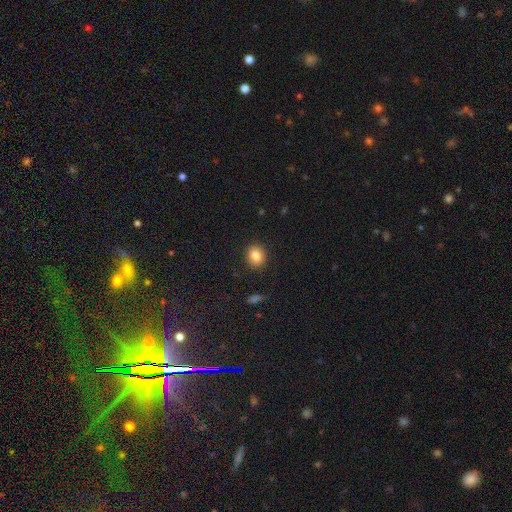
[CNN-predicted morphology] Overall: smooth (85%). How rounded: round (62%; in between 37%). Merging: none (89%).